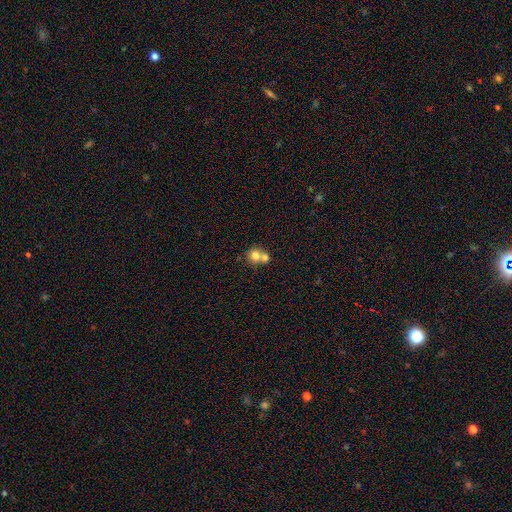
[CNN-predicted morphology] Smooth or featured: smooth — 75% (featured or disk — 16%)
How rounded: round — 83% (in between — 16%)
Merging: merger — 59% (none — 33%)